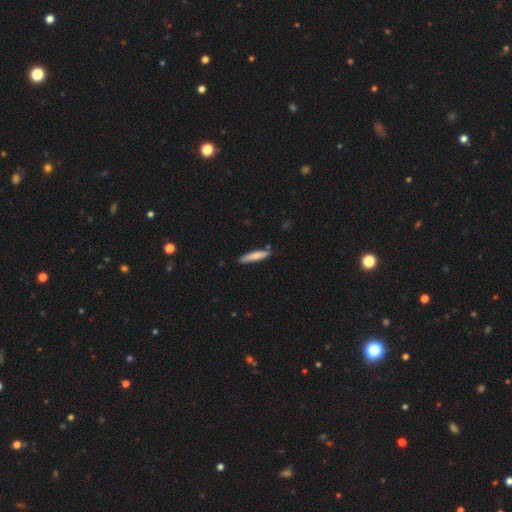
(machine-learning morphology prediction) Smooth or featured: smooth — 79% (featured or disk — 15%)
How rounded: cigar-shaped — 86% (in between — 13%)
Merging: none — 82% (minor disturbance — 12%)